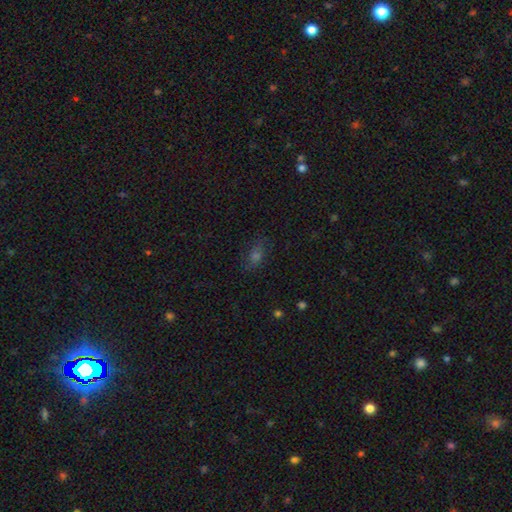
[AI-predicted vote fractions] Smooth or featured: smooth — 46% (star or artifact — 33%)
Merging: none — 77% (minor disturbance — 15%)